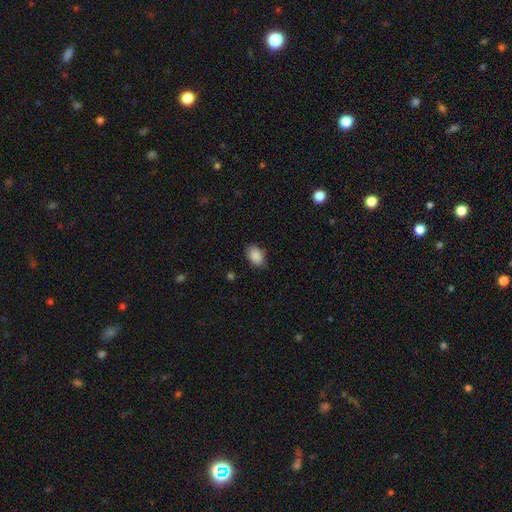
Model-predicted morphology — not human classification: type=smooth (89%); roundness=in between (87%); merging=none (83%).